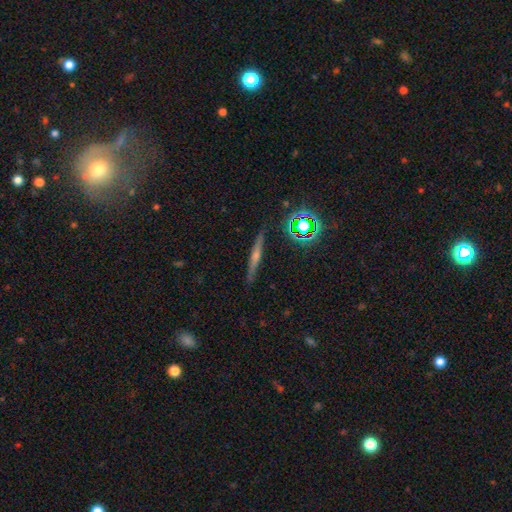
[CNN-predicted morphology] The model was most divided on "smooth or featured": featured or disk: 54%, smooth: 29%, star or artifact: 17%. More confident: edge-on disk — yes (96%); merging — none (89%); edge-on bulge — rounded (71%).